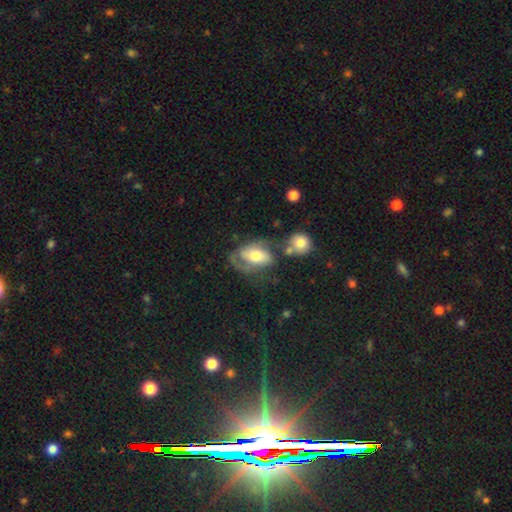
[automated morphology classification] type=featured or disk (60%); edge-on=no (95%); bar=no (57%); spiral arms=yes (76%); bulge=moderate (60%); merging=none (37%).